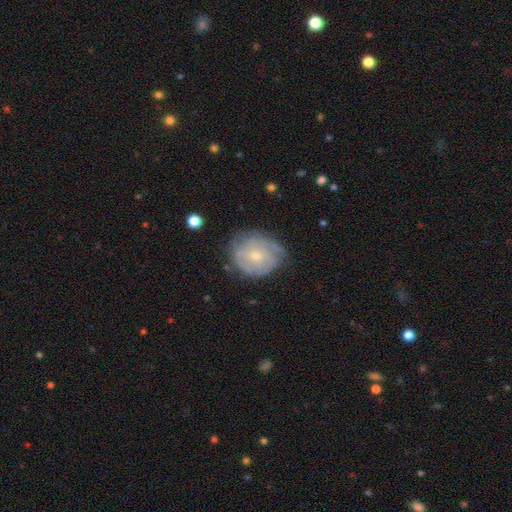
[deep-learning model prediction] Smooth or featured?
  - featured or disk: 66% *
  - smooth: 26%
  - star or artifact: 7%
Edge-on disk?
  - no: 97% *
  - yes: 3%
Bar?
  - no: 80% *
  - weak: 17%
  - strong: 3%
Spiral arms?
  - yes: 80% *
  - no: 20%
Spiral winding?
  - tight: 65% *
  - medium: 25%
  - loose: 9%
Spiral arm count?
  - can't tell: 52% *
  - 2: 17%
  - 3: 14%
  - 4: 8%
  - 1: 5%
  - more than 4: 4%
Bulge size?
  - small: 67% *
  - moderate: 30%
  - none: 1%
  - large: 1%
  - dominant: 1%
Merging?
  - none: 66% *
  - minor disturbance: 24%
  - major disturbance: 8%
  - merger: 2%